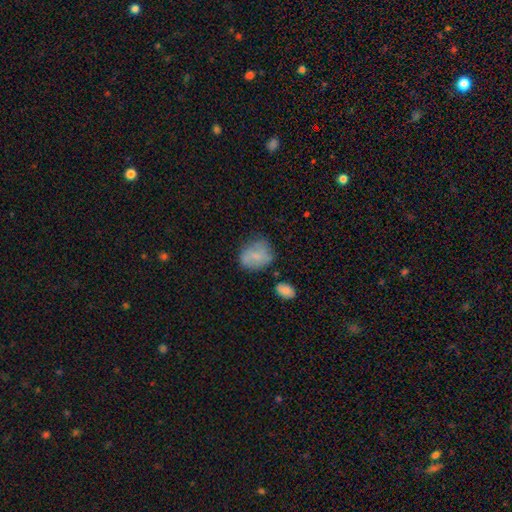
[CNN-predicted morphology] Smooth or featured?
  - smooth: 72% *
  - featured or disk: 19%
  - star or artifact: 9%
How rounded?
  - round: 61% *
  - in between: 38%
  - cigar-shaped: 1%
Merging?
  - none: 59% *
  - minor disturbance: 26%
  - major disturbance: 9%
  - merger: 6%